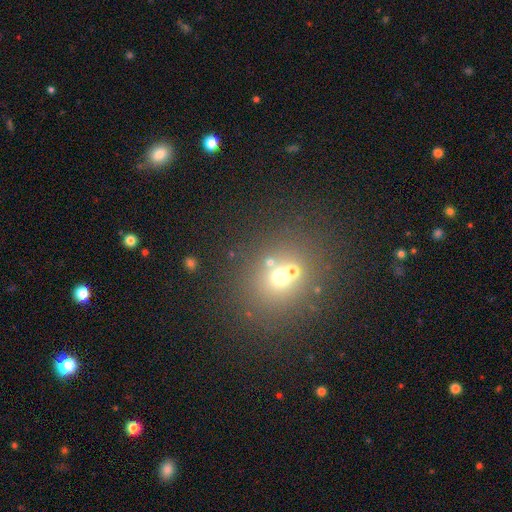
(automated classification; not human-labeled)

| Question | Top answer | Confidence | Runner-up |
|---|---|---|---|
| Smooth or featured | smooth | 47% | star or artifact (36%) |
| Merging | none | 56% | merger (32%) |